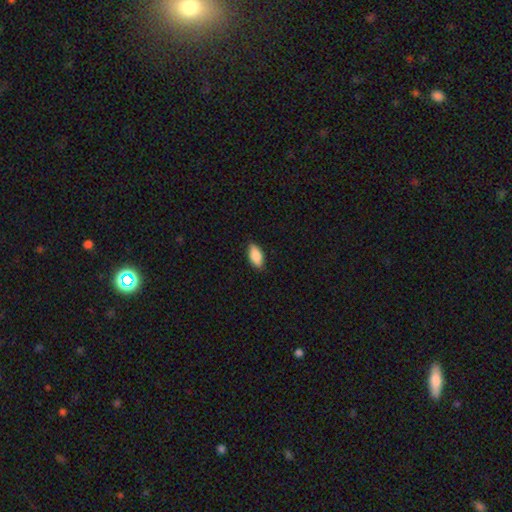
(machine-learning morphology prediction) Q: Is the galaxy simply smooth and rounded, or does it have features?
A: smooth — 89%.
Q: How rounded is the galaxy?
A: in between — 91%.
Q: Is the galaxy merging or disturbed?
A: none — 87%.